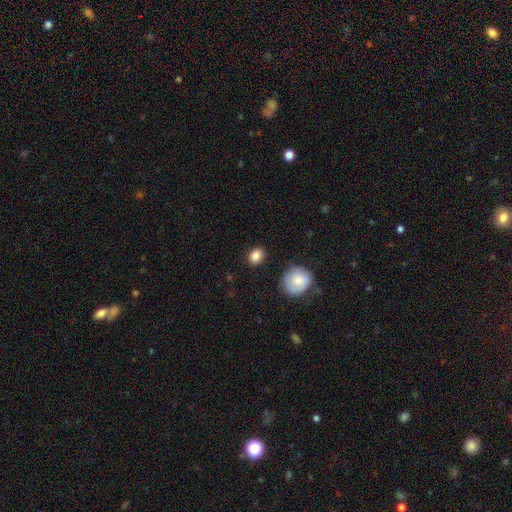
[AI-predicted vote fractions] smooth 86%, star or artifact 9%, featured or disk 5%. Down the decision tree: how rounded — round (56%); merging — none (86%).